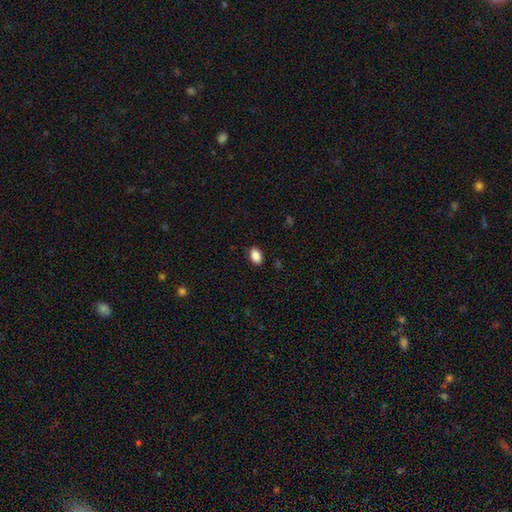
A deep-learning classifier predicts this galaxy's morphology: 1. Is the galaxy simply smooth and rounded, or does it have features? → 87% smooth, 8% star or artifact, 4% featured or disk.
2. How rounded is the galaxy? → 87% in between, 12% round, 1% cigar-shaped.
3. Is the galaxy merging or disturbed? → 88% none, 9% minor disturbance, 2% major disturbance, 1% merger.